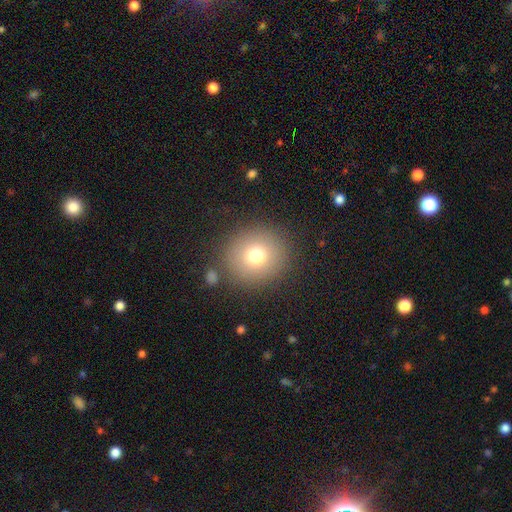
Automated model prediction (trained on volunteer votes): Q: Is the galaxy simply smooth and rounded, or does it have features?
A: smooth — 74%.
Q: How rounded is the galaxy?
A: round — 93%.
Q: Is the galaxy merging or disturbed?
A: none — 86%.